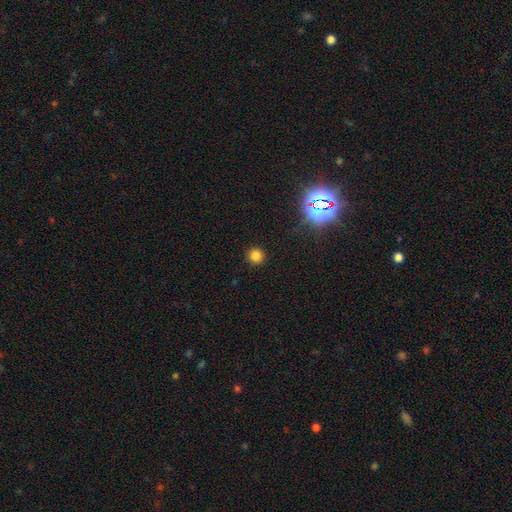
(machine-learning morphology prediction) A smooth galaxy with no disk features (80%) that is round (94%).

Vote fractions:
- Smooth or featured? smooth: 80% / star or artifact: 16% / featured or disk: 4%
- How rounded? round: 94% / in between: 5% / cigar-shaped: 1%
- Merging? none: 92% / minor disturbance: 5% / major disturbance: 2% / merger: 1%